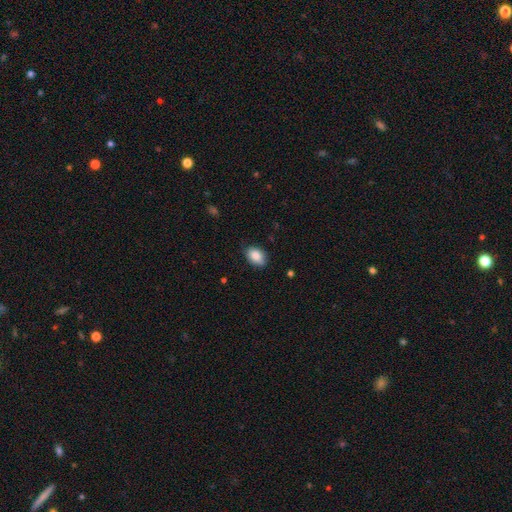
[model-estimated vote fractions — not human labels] Smooth or featured? Predicted: smooth (p=0.86). How rounded? Predicted: in between (p=0.84). Merging? Predicted: none (p=0.79).